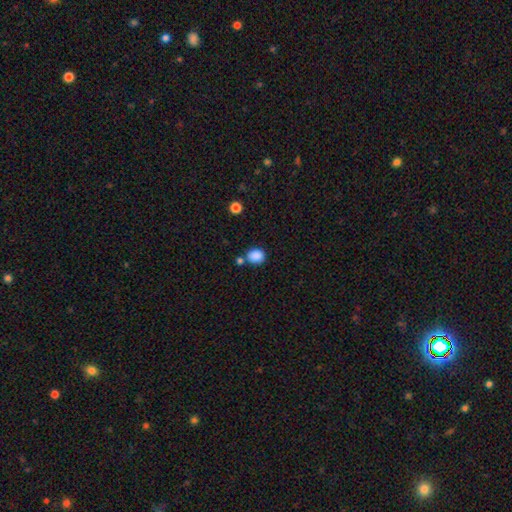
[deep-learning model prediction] smooth-or-featured: smooth: 87% | star or artifact: 10% | featured or disk: 3%
  how-rounded: round: 63% | in between: 36% | cigar-shaped: 1%
  merging: none: 70% | merger: 13% | minor disturbance: 13% | major disturbance: 4%